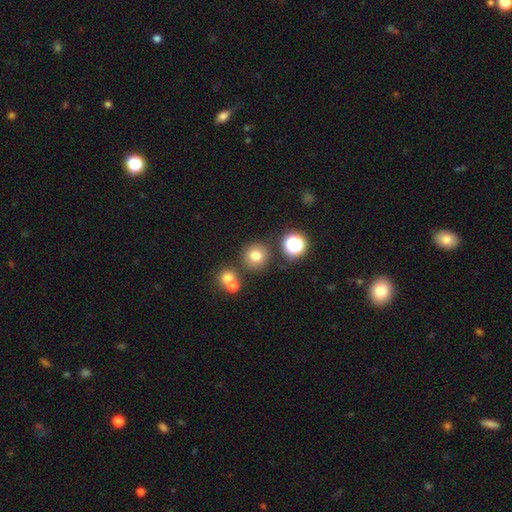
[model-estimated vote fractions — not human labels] This appears to be a smooth galaxy with no disk features (75%) that is round (92%). Merging: none (81%).